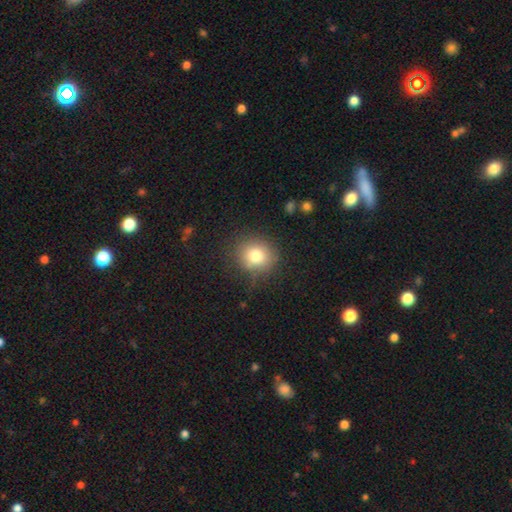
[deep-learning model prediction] A smooth galaxy with no disk features (79%) that is round (85%).

Vote fractions:
- Smooth or featured? smooth: 79% / star or artifact: 12% / featured or disk: 10%
- How rounded? round: 85% / in between: 14% / cigar-shaped: 1%
- Merging? none: 80% / minor disturbance: 13% / major disturbance: 5% / merger: 2%